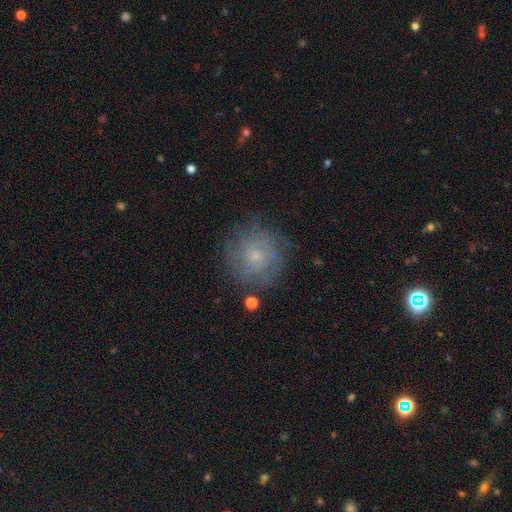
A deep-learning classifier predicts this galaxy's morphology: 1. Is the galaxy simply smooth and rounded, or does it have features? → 50% featured or disk, 37% smooth, 14% star or artifact.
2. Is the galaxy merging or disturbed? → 79% none, 14% minor disturbance, 6% major disturbance, 2% merger.